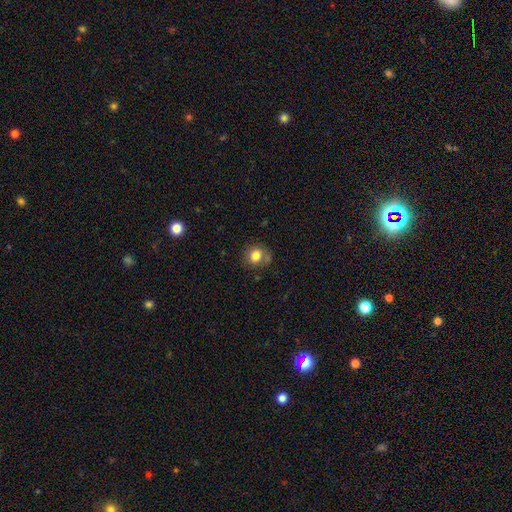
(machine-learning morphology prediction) smooth 80%, star or artifact 10%, featured or disk 10%. Down the decision tree: how rounded — round (79%); merging — none (68%).